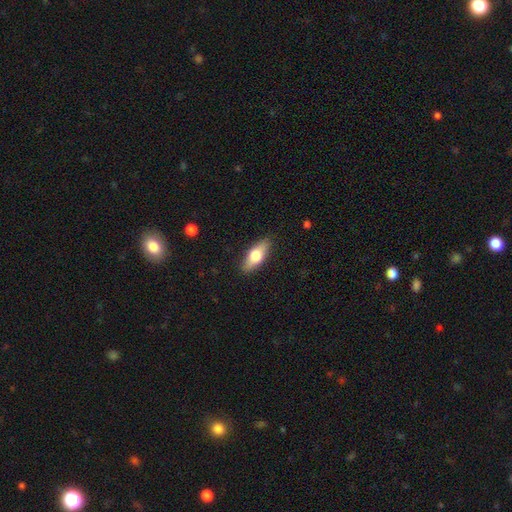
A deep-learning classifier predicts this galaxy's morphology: smooth 64%, featured or disk 30%, star or artifact 6%. Down the decision tree: how rounded — in between (73%); merging — none (87%).